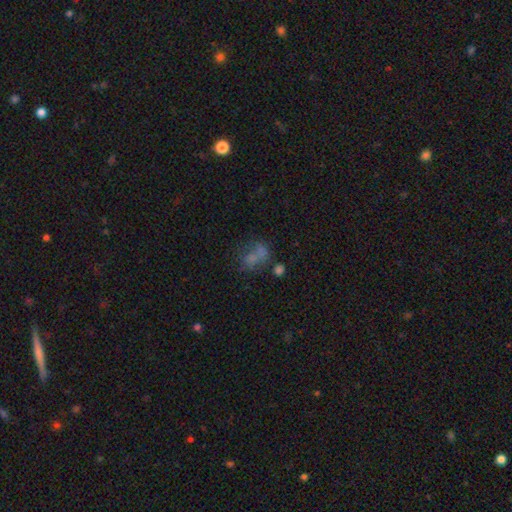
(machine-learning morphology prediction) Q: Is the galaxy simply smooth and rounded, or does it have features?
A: smooth — 54%.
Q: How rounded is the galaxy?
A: in between — 66%.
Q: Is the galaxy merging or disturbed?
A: merger — 33%.